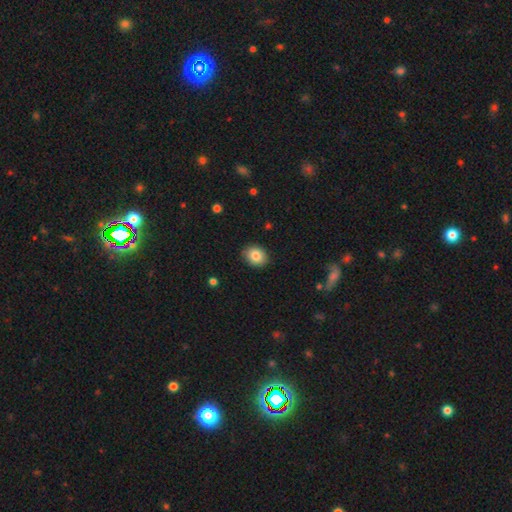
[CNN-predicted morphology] Overall: smooth (84%). How rounded: round (51%; in between 48%). Merging: none (88%).